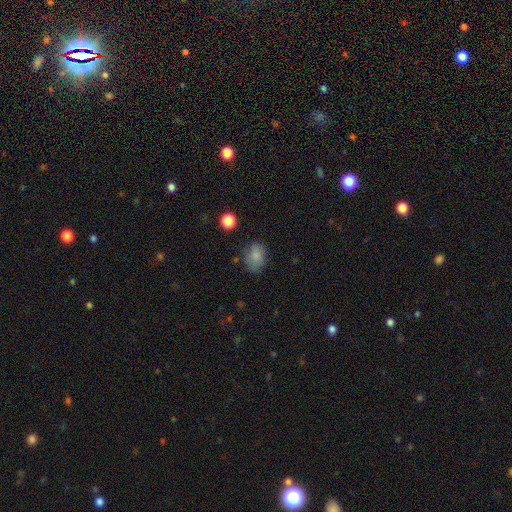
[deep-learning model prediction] Smooth or featured?
  - smooth: 81% *
  - star or artifact: 11%
  - featured or disk: 8%
How rounded?
  - in between: 69% *
  - round: 30%
  - cigar-shaped: 1%
Merging?
  - none: 65% *
  - minor disturbance: 24%
  - major disturbance: 8%
  - merger: 3%